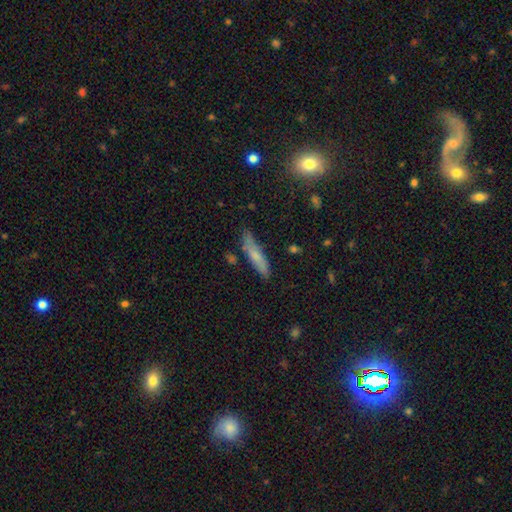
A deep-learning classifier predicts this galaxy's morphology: This is likely a smooth galaxy (67%). How rounded: clearly cigar-shaped (82%). Merging: likely none (75%).